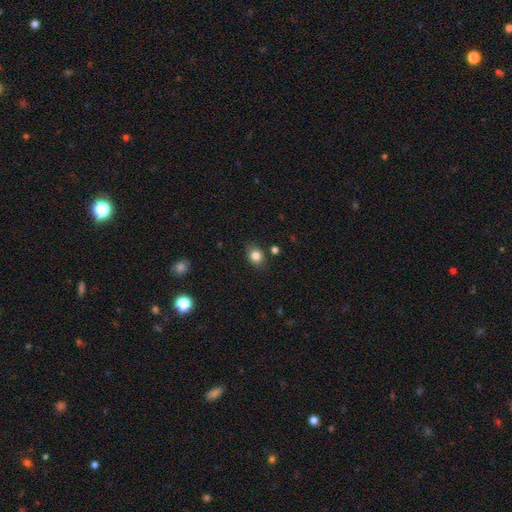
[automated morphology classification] Q: Smooth or featured?
A: smooth (82%); runner-up: star or artifact (11%)
Q: How rounded?
A: in between (51%); runner-up: round (48%)
Q: Merging?
A: none (83%); runner-up: minor disturbance (11%)